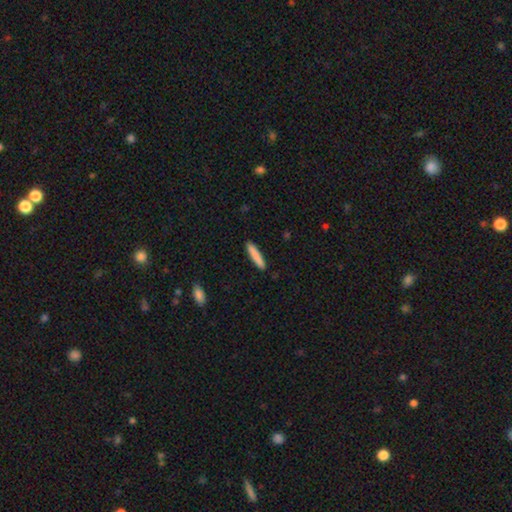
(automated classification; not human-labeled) The model was most divided on "smooth or featured": smooth: 85%, featured or disk: 9%, star or artifact: 6%. More confident: how rounded — cigar-shaped (91%); merging — none (91%).